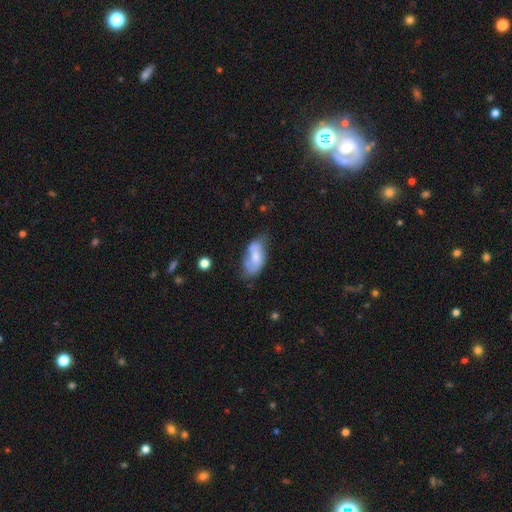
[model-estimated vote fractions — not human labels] Smooth or featured? smooth (58%)
How rounded? in between (92%)
Merging? none (44%)